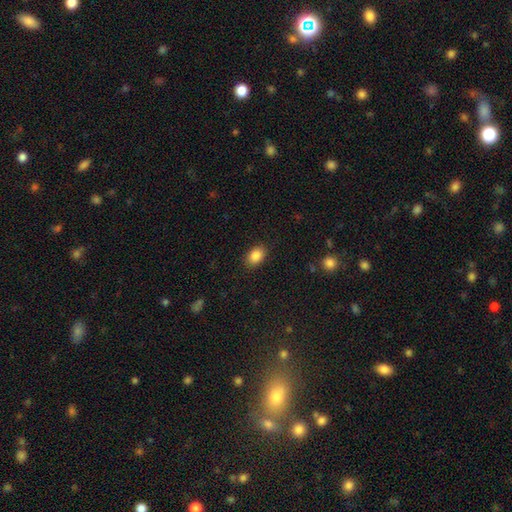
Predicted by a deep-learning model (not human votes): A smooth galaxy with no disk features (87%) that is in between round and cigar-shaped (83%).

Vote fractions:
- Smooth or featured? smooth: 87% / star or artifact: 8% / featured or disk: 5%
- How rounded? in between: 83% / round: 16% / cigar-shaped: 1%
- Merging? none: 87% / minor disturbance: 9% / major disturbance: 3% / merger: 1%